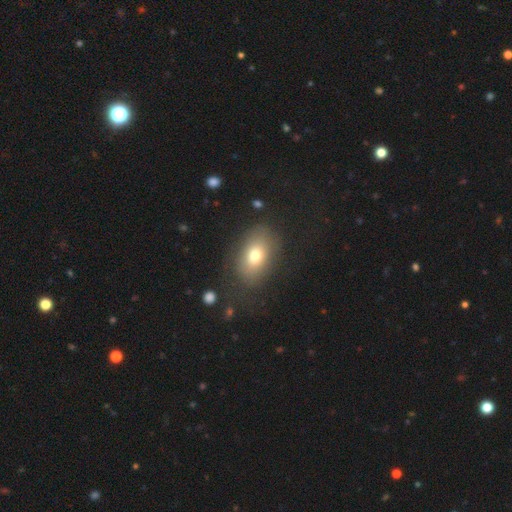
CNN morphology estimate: Smooth or featured? Predicted: smooth (p=0.73). How rounded? Predicted: in between (p=0.82). Merging? Predicted: none (p=0.76).